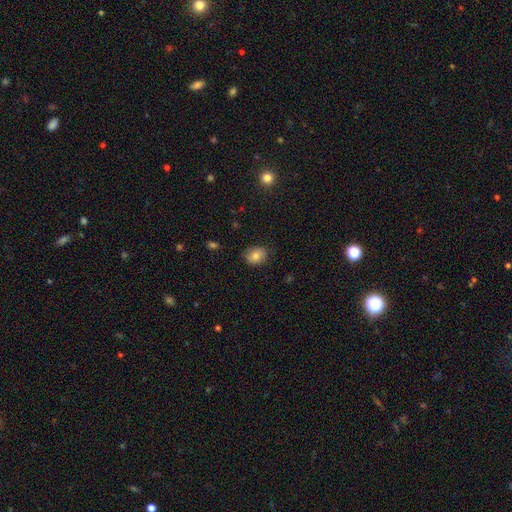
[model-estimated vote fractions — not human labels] The model was most divided on "how rounded": in between: 53%, round: 46%, cigar-shaped: 1%. More confident: smooth or featured — smooth (81%); merging — none (81%).